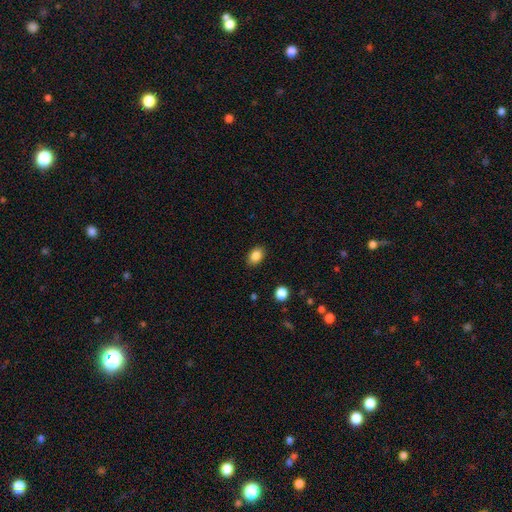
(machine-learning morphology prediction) smooth-or-featured: smooth: 85% | star or artifact: 9% | featured or disk: 5%
  how-rounded: in between: 77% | round: 21% | cigar-shaped: 1%
  merging: none: 88% | minor disturbance: 9% | major disturbance: 2% | merger: 1%